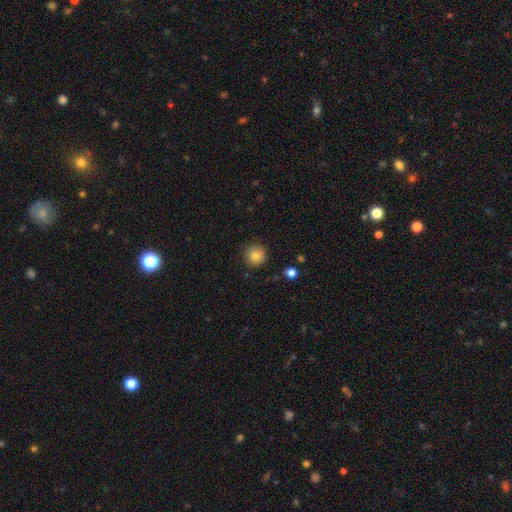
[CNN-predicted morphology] Q: Smooth or featured?
A: smooth (82%); runner-up: star or artifact (10%)
Q: How rounded?
A: round (94%); runner-up: in between (5%)
Q: Merging?
A: none (85%); runner-up: minor disturbance (10%)